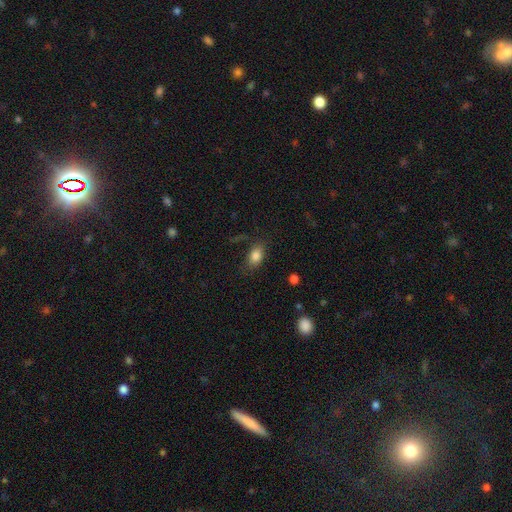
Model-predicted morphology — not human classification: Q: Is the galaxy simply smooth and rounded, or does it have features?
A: smooth — 83%.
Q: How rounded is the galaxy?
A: in between — 84%.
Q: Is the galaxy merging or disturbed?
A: none — 72%.